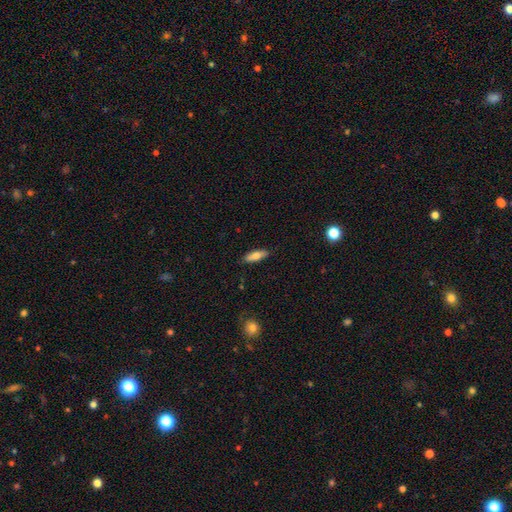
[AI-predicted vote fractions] The model was most divided on "how rounded": in between: 50%, cigar-shaped: 48%, round: 2%. More confident: merging — none (88%); smooth or featured — smooth (72%).